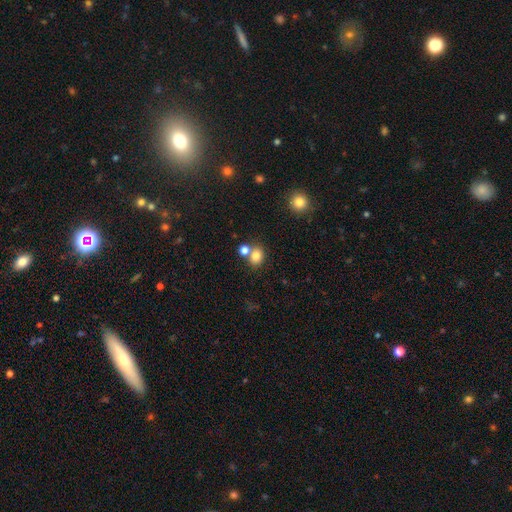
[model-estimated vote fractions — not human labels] Overall: smooth (80%). How rounded: round (56%; in between 43%). Merging: none (57%; merger 30%).